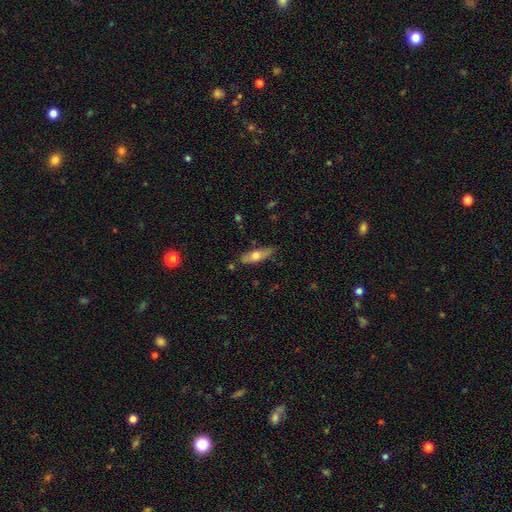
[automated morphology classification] type=smooth (57%); roundness=in between (53%); merging=none (80%).